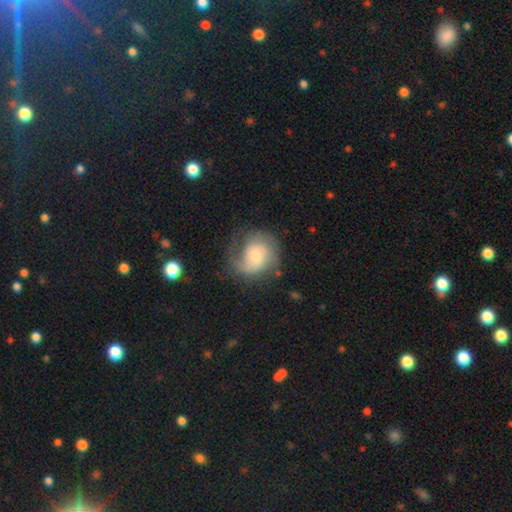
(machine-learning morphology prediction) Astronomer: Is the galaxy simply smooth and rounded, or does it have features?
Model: featured or disk — 64%.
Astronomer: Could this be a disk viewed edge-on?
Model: no — 98%.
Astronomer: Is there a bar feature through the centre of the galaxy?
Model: no — 65%.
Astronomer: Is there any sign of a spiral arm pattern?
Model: yes — 89%.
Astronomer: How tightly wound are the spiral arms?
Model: medium — 42% (runner-up: tight, 32%).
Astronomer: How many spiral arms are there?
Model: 2 — 43% (runner-up: 1, 32%).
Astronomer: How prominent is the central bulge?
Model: small — 47% (runner-up: moderate, 40%).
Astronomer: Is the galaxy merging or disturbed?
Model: none — 53%.